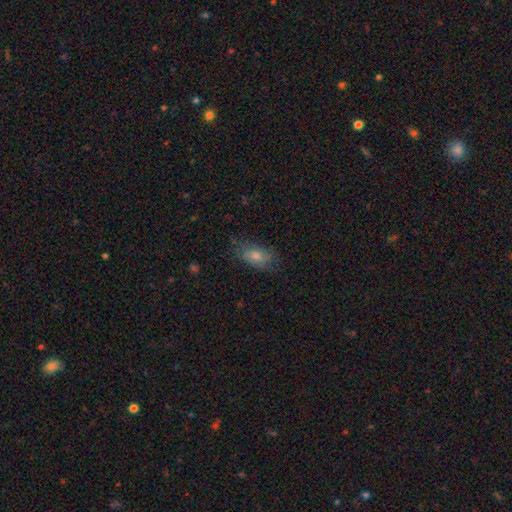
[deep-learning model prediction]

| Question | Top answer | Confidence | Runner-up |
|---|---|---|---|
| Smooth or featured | smooth | 59% | featured or disk (28%) |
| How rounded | in between | 83% | cigar-shaped (8%) |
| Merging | none | 72% | minor disturbance (20%) |